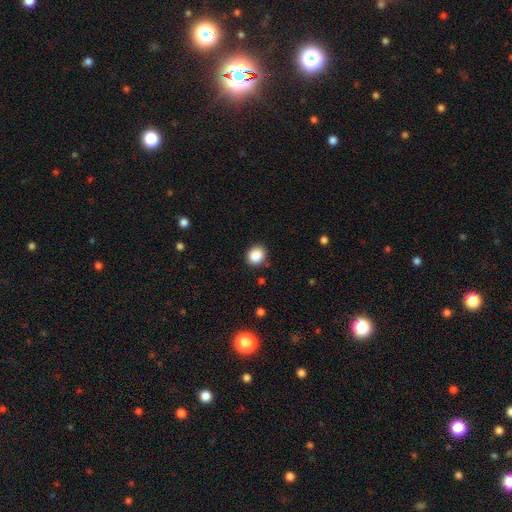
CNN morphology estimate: This appears to be a smooth galaxy with no disk features (88%) that is round (69%). Merging: none (86%).